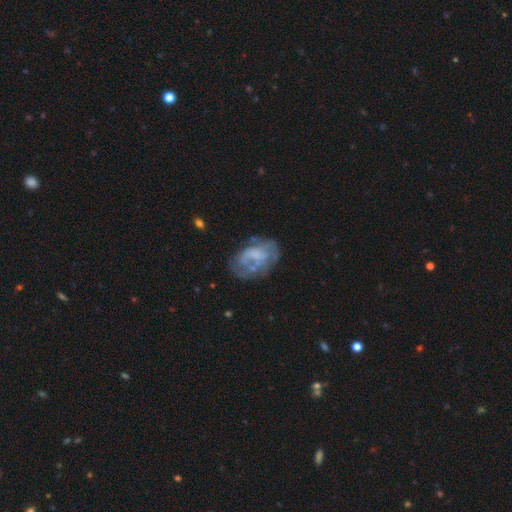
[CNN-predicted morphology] Q: Smooth or featured?
A: featured or disk (59%); runner-up: smooth (32%)
Q: Edge-on disk?
A: no (97%); runner-up: yes (3%)
Q: Bar?
A: no (72%); runner-up: weak (23%)
Q: Spiral arms?
A: no (61%); runner-up: yes (39%)
Q: Bulge size?
A: none (48%); runner-up: small (24%)
Q: Merging?
A: none (47%); runner-up: minor disturbance (25%)